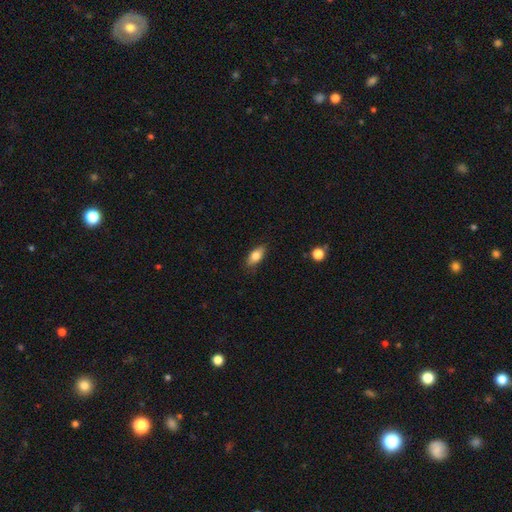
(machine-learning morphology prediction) smooth_or_featured: smooth (p=0.76) [alt: featured or disk p=0.17]
how_rounded: in between (p=0.83) [alt: cigar-shaped p=0.13]
merging: none (p=0.84) [alt: minor disturbance p=0.13]